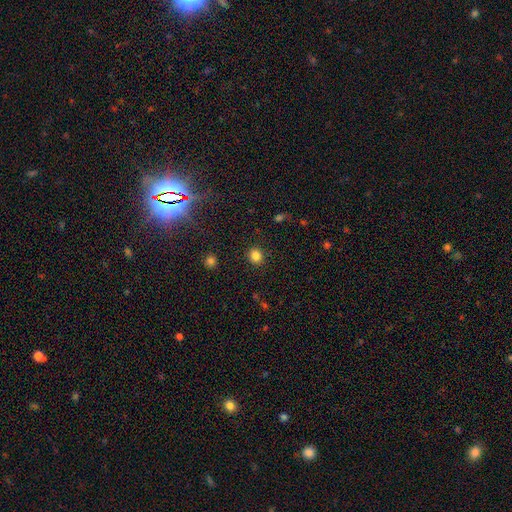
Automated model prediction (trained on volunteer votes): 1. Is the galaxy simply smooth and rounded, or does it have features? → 84% smooth, 12% star or artifact, 4% featured or disk.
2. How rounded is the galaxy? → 79% round, 20% in between, 1% cigar-shaped.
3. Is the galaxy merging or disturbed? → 90% none, 6% minor disturbance, 2% major disturbance, 1% merger.